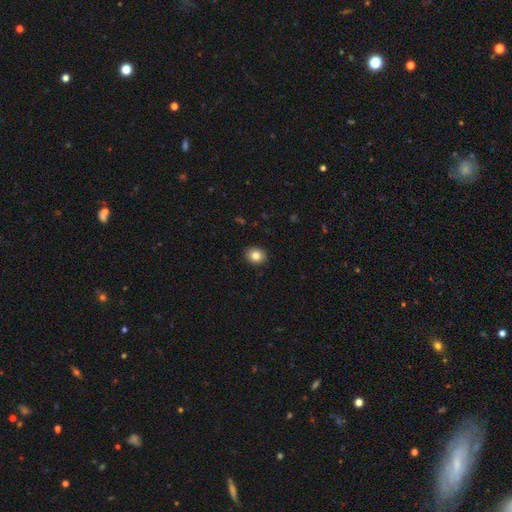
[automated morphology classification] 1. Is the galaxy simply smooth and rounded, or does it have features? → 83% smooth, 9% star or artifact, 7% featured or disk.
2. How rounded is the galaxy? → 66% round, 33% in between, 1% cigar-shaped.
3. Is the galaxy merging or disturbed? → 91% none, 6% minor disturbance, 2% major disturbance, 1% merger.